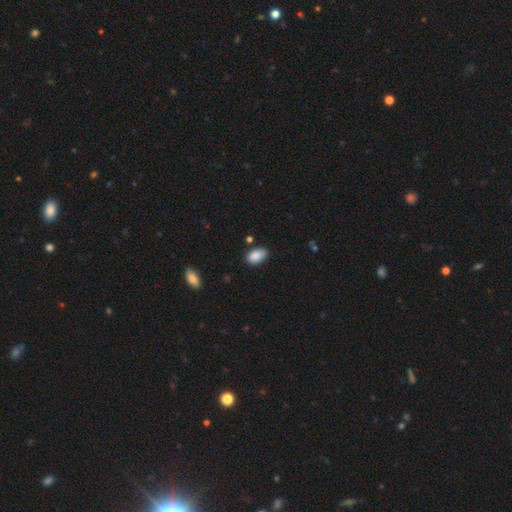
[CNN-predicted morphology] This is clearly a smooth galaxy (88%). How rounded: clearly in between (92%). Merging: likely none (74%).